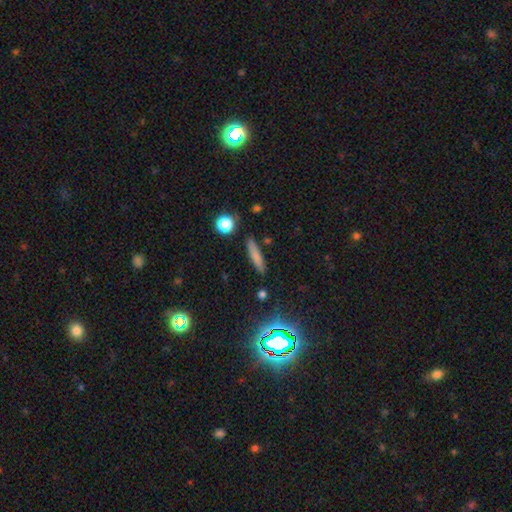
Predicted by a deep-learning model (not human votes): A smooth galaxy with no disk features (74%) that is cigar-shaped (84%). Merging: none (86%).